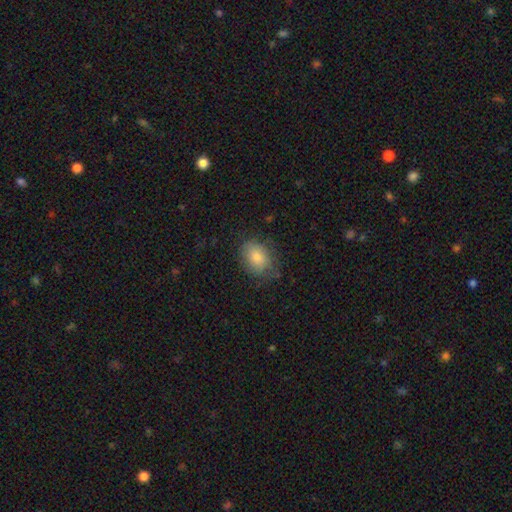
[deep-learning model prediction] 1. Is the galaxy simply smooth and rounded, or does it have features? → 82% smooth, 10% featured or disk, 8% star or artifact.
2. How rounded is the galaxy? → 69% in between, 30% round, 1% cigar-shaped.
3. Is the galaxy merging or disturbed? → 75% none, 19% minor disturbance, 5% major disturbance, 1% merger.